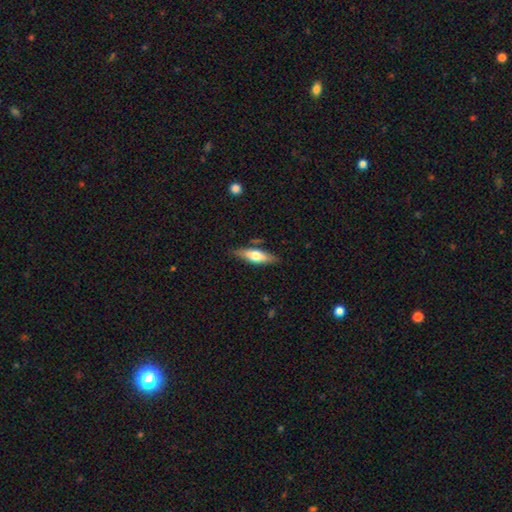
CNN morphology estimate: smooth_or_featured: smooth (p=0.56) [alt: featured or disk p=0.38]
how_rounded: in between (p=0.49) [alt: cigar-shaped p=0.48]
merging: none (p=0.81) [alt: minor disturbance p=0.13]